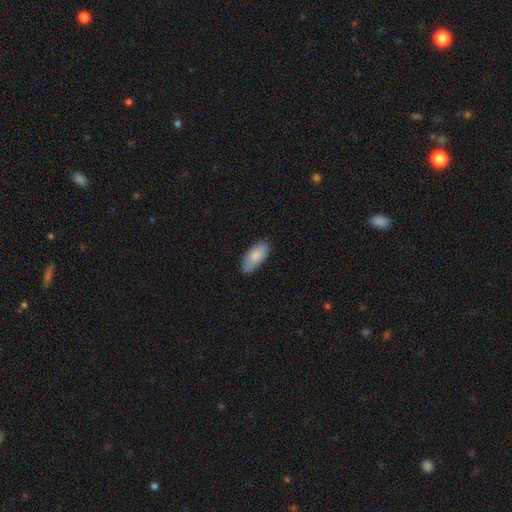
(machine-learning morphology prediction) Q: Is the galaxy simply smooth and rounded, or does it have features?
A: smooth — 83%.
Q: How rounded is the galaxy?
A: in between — 87%.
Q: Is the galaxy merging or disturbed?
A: none — 82%.